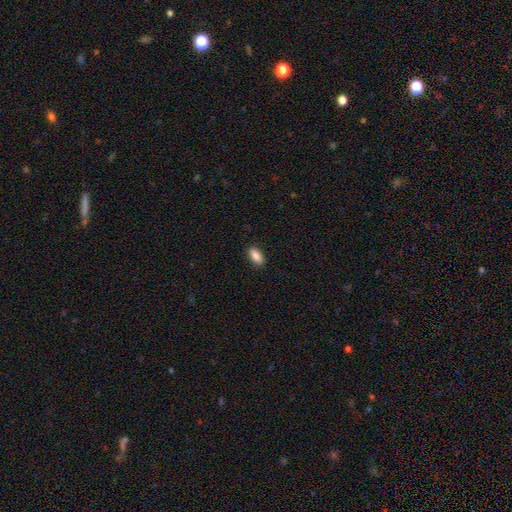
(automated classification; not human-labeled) Overall: smooth (88%). How rounded: in between (89%). Merging: none (88%).